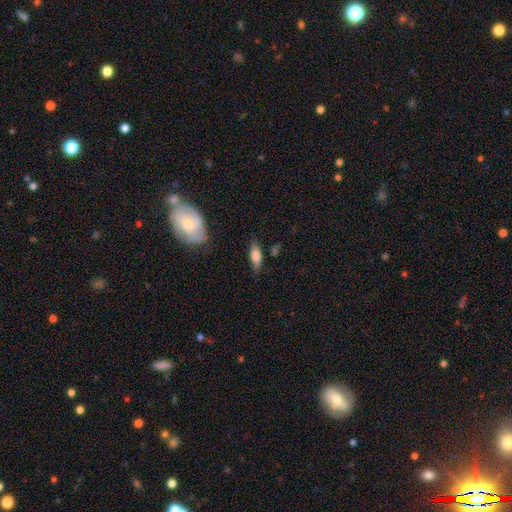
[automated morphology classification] Smooth or featured? Predicted: smooth (p=0.71). How rounded? Predicted: in between (p=0.70). Merging? Predicted: none (p=0.70).